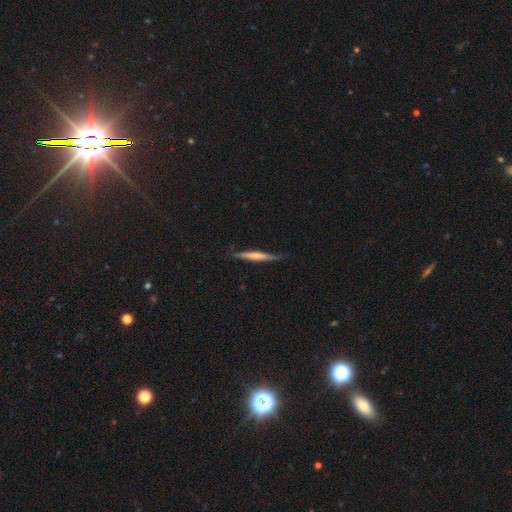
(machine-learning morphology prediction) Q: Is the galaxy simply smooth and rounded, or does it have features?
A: smooth — 51%.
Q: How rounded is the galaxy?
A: cigar-shaped — 94%.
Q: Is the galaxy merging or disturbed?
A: none — 79%.